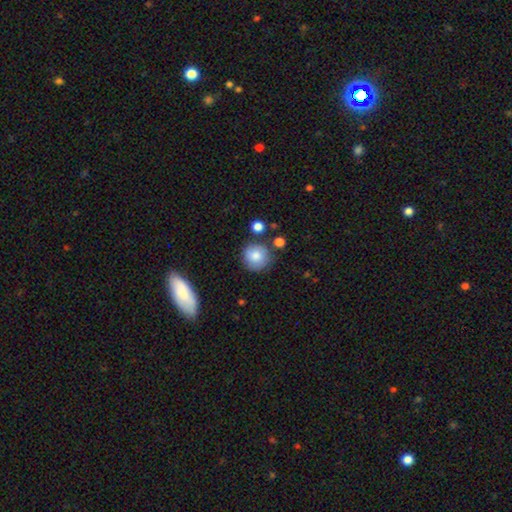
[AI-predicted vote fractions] This is likely a smooth galaxy (78%). How rounded: clearly round (92%). Merging: likely none (76%).